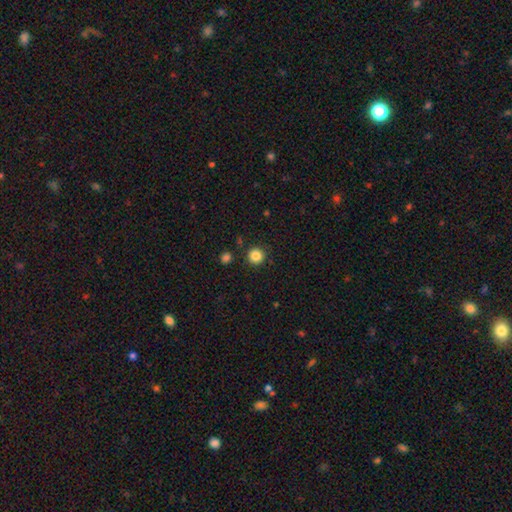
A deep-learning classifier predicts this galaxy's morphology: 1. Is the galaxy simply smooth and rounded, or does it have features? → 85% smooth, 11% star or artifact, 4% featured or disk.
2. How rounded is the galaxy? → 95% round, 4% in between, 1% cigar-shaped.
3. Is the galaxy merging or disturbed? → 90% none, 5% minor disturbance, 2% merger, 2% major disturbance.